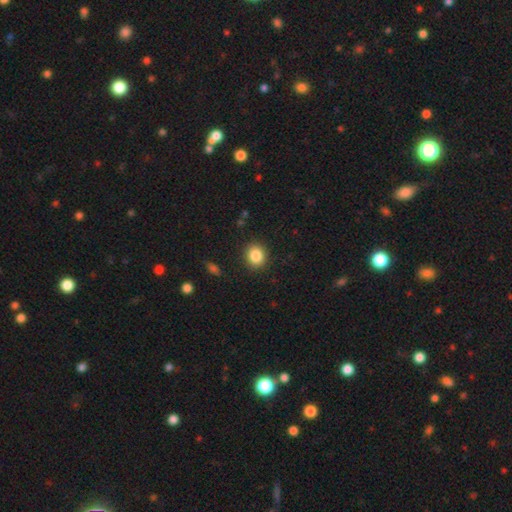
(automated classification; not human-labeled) Smooth or featured? smooth (85%)
How rounded? round (76%)
Merging? none (90%)